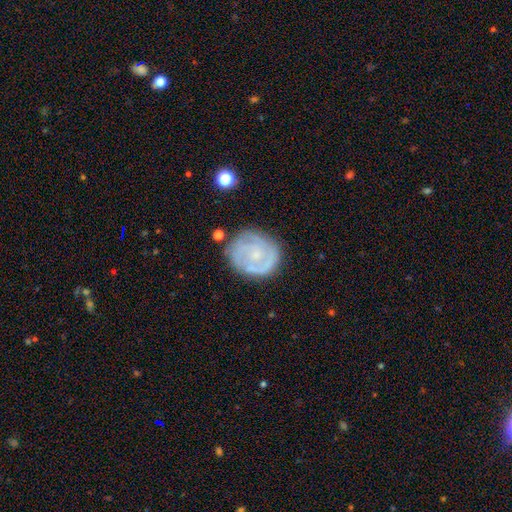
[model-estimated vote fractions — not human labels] Overall: featured or disk (74%). Edge-on disk: no (98%). Bar: no (72%). Spiral arms: yes (87%). Spiral arm count: 2 (34%; can't tell 31%). Spiral winding: tight (63%; medium 28%). Bulge size: small (72%). Merging: none (74%).